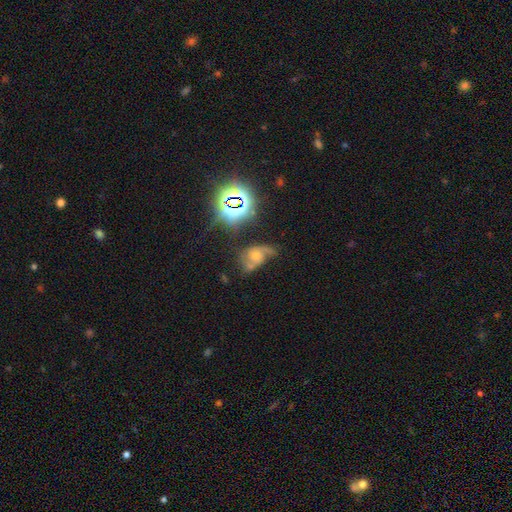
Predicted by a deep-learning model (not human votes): Smooth or featured: featured or disk — 51% (star or artifact — 28%)
Edge-on disk: no — 94% (yes — 6%)
Merging: none — 37% (major disturbance — 28%)